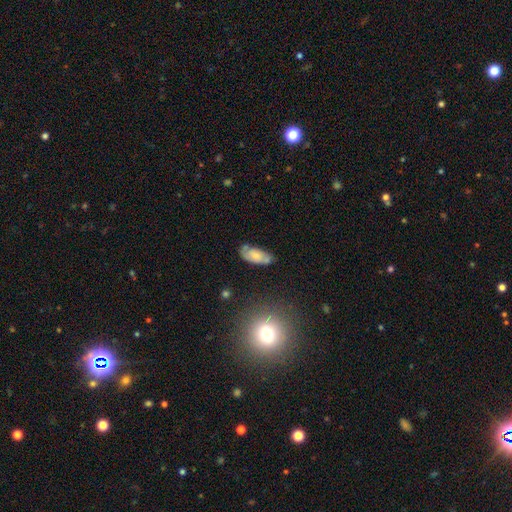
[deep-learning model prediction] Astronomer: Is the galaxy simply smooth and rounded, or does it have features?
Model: smooth — 53% (runner-up: featured or disk, 39%).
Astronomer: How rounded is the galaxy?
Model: in between — 86%.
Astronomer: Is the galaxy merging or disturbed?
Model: none — 60%.